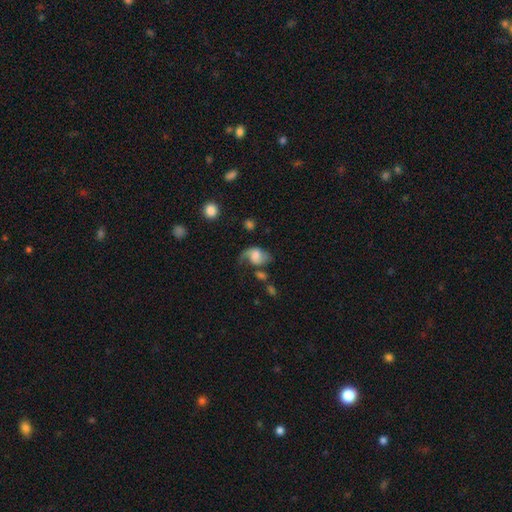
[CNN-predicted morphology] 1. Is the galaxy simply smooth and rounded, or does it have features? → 54% featured or disk, 37% smooth, 9% star or artifact.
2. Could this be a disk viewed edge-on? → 97% no, 3% yes.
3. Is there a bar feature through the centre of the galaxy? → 56% no, 36% weak, 9% strong.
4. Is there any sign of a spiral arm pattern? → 87% yes, 13% no.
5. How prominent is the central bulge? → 33% moderate, 25% large, 21% small, 17% none, 5% dominant.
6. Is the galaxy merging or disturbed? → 35% none, 34% major disturbance, 23% minor disturbance, 8% merger.